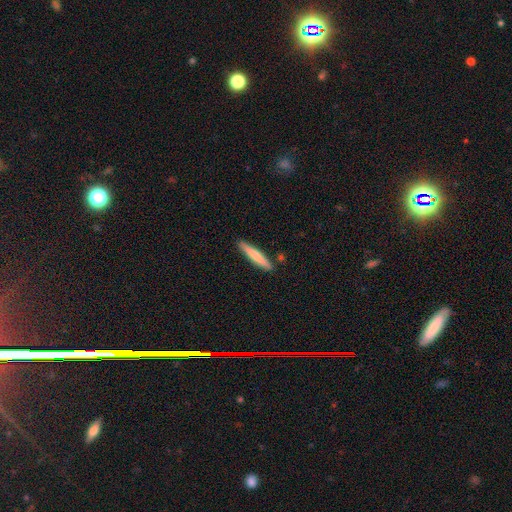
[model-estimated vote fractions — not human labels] Morphology: type=smooth (71%); roundness=cigar-shaped (93%); merging=none (88%).